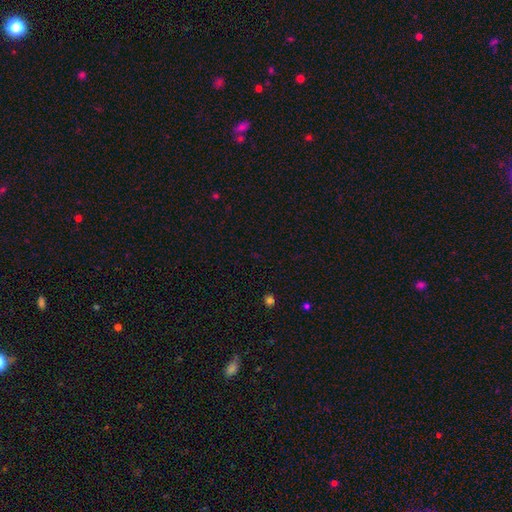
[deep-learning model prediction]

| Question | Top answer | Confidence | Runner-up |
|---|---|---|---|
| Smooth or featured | star or artifact | 62% | smooth (31%) |